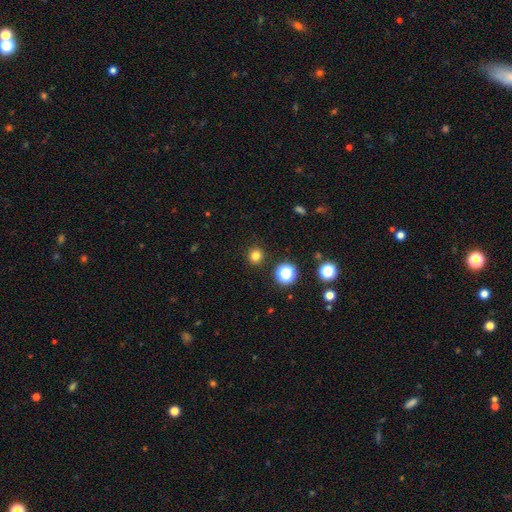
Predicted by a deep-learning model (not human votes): This appears to be a smooth galaxy with no disk features (79%) that is round (91%). Merging: none (92%).